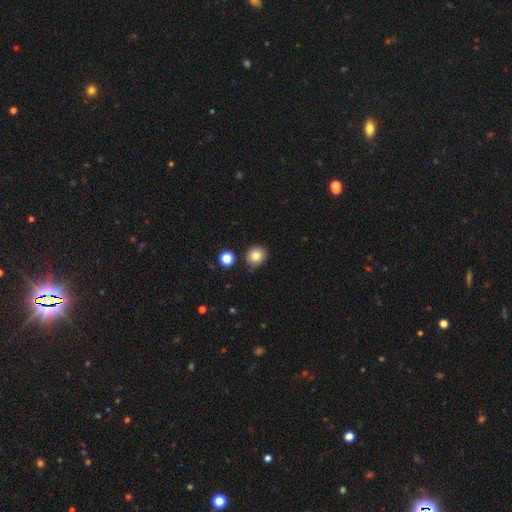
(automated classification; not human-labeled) Q: Smooth or featured?
A: smooth (81%); runner-up: star or artifact (11%)
Q: How rounded?
A: round (79%); runner-up: in between (20%)
Q: Merging?
A: none (85%); runner-up: minor disturbance (9%)